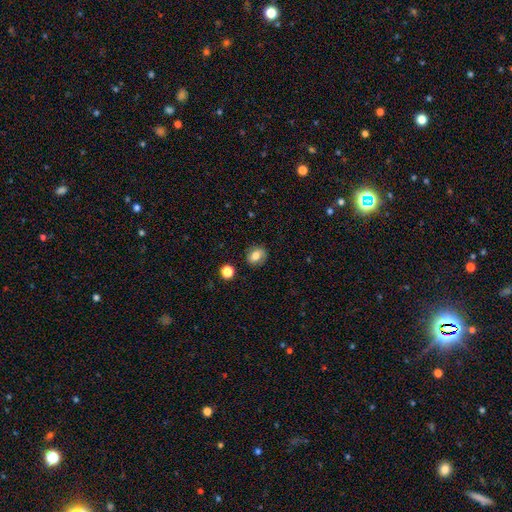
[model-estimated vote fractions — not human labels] smooth-or-featured: smooth: 71% | featured or disk: 19% | star or artifact: 10%
  how-rounded: round: 53% | in between: 46% | cigar-shaped: 1%
  merging: none: 83% | minor disturbance: 12% | major disturbance: 3% | merger: 2%